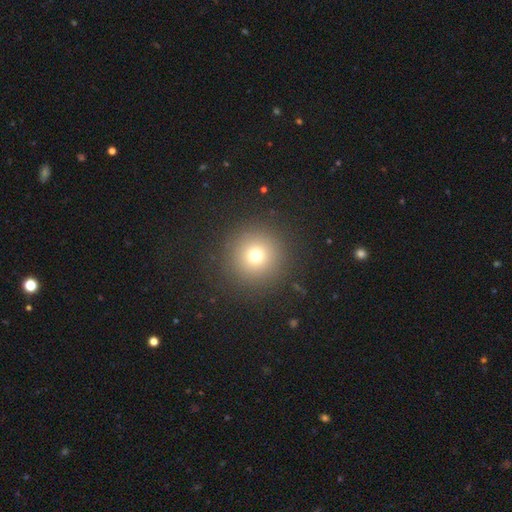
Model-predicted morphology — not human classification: type=smooth (73%); roundness=round (96%); merging=none (90%).